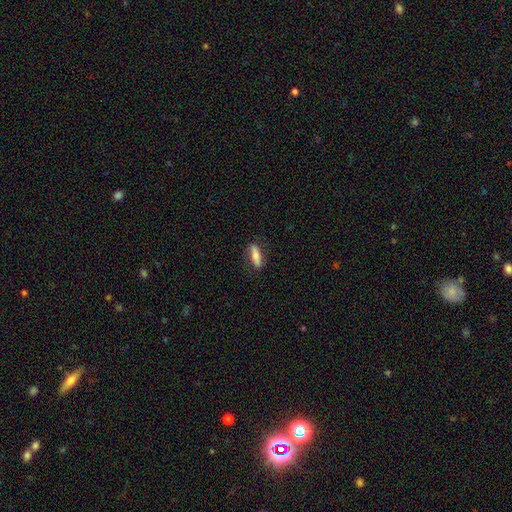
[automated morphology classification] A smooth galaxy with no disk features (69%) that is cigar-shaped (51%). Merging: none (79%).